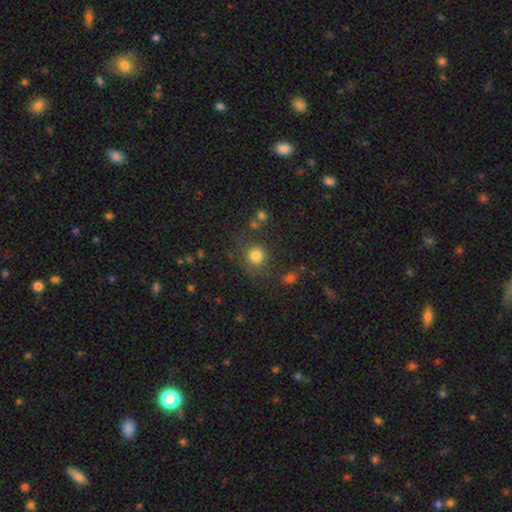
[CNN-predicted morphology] Smooth or featured: smooth — 79% (star or artifact — 15%)
How rounded: round — 88% (in between — 11%)
Merging: none — 75% (minor disturbance — 12%)